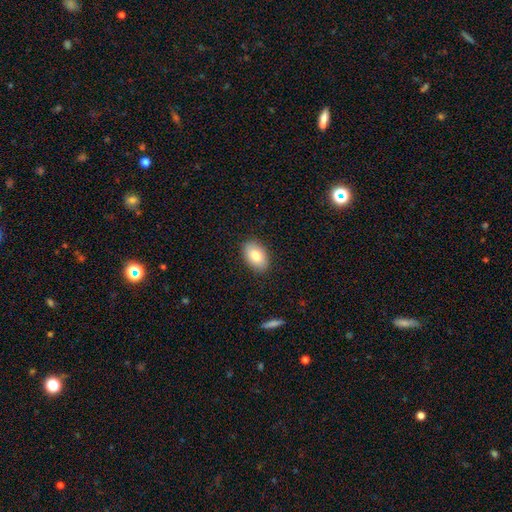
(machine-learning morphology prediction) smooth-or-featured: smooth: 80% | featured or disk: 13% | star or artifact: 7%
  how-rounded: in between: 89% | round: 10% | cigar-shaped: 1%
  merging: none: 88% | minor disturbance: 9% | major disturbance: 2% | merger: 1%